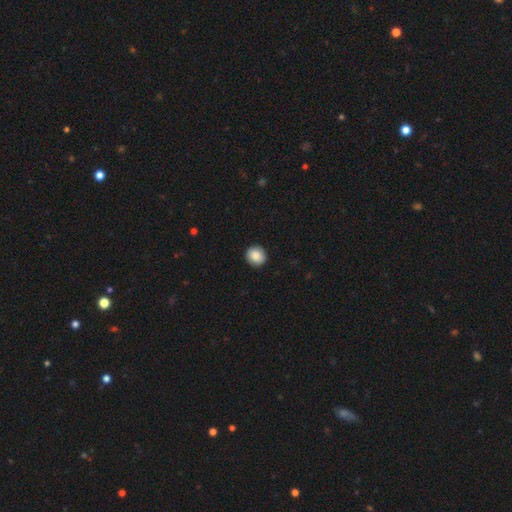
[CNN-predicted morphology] smooth-or-featured: smooth: 87% | star or artifact: 8% | featured or disk: 5%
  how-rounded: round: 90% | in between: 9% | cigar-shaped: 1%
  merging: none: 92% | minor disturbance: 6% | major disturbance: 2% | merger: 1%